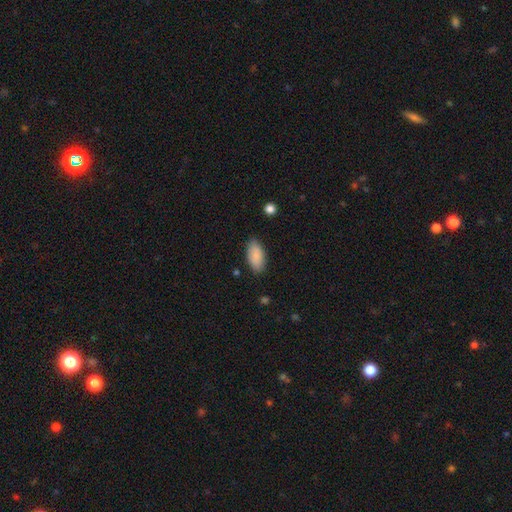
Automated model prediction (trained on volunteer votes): Smooth or featured? smooth (89%)
How rounded? in between (93%)
Merging? none (83%)